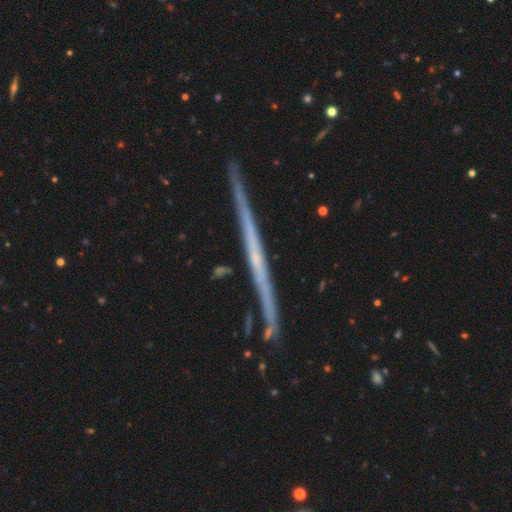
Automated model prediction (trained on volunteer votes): smooth-or-featured: featured or disk: 73% | smooth: 19% | star or artifact: 7%
  disk-edge-on: yes: 97% | no: 3%
    edge-on-bulge: none: 88% | rounded: 8% | boxy: 4%
  merging: none: 89% | minor disturbance: 8% | major disturbance: 1% | merger: 1%